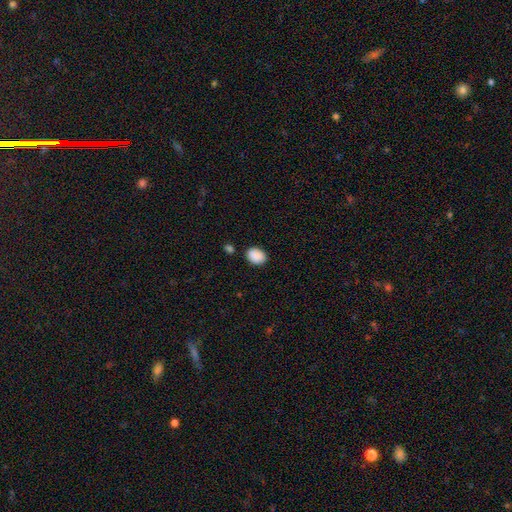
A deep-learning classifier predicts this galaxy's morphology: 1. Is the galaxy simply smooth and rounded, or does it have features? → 90% smooth, 8% star or artifact, 3% featured or disk.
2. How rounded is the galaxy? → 67% in between, 32% round, 1% cigar-shaped.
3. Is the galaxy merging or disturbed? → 84% none, 10% minor disturbance, 3% merger, 3% major disturbance.